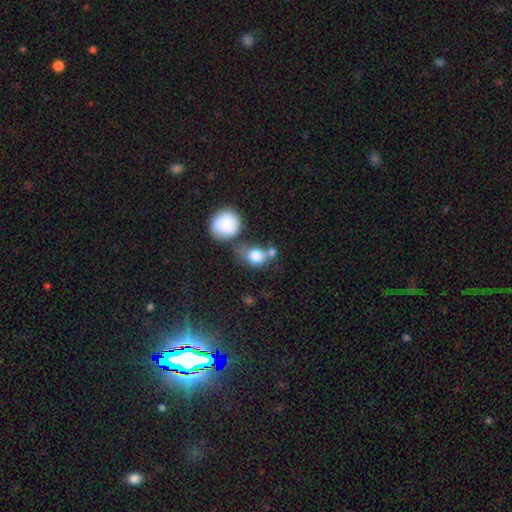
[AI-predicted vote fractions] The model was most divided on "merging": none: 38%, merger: 32%, minor disturbance: 17%, major disturbance: 12%. More confident: smooth or featured — smooth (79%); how rounded — round (52%).